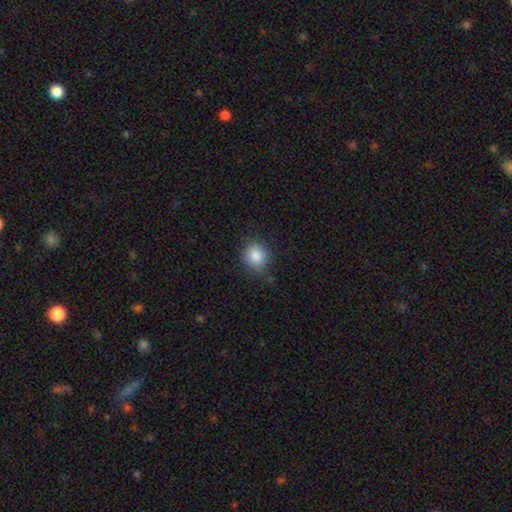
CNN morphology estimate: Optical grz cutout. It shows a smooth galaxy with no disk features (86%) that is round (70%). Merging: none (79%).